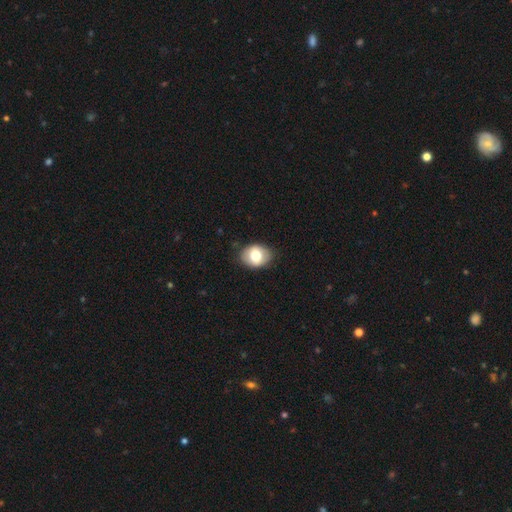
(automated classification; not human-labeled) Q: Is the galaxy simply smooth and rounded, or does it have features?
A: smooth — 73%.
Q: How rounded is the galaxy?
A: in between — 60%.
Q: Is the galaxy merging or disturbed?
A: none — 83%.